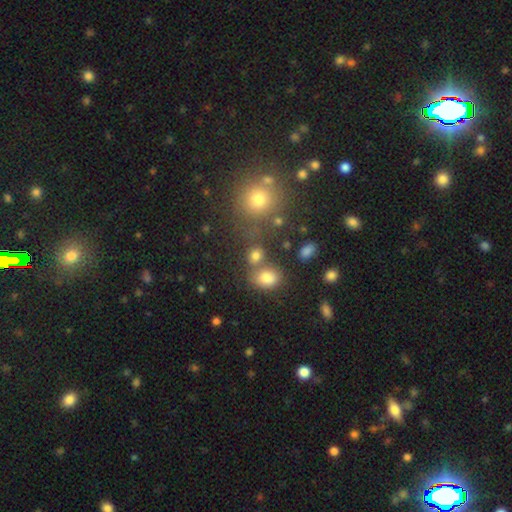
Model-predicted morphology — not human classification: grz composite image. It shows a smooth galaxy with no disk features (77%) that is round (52%). Merging: none (55%).